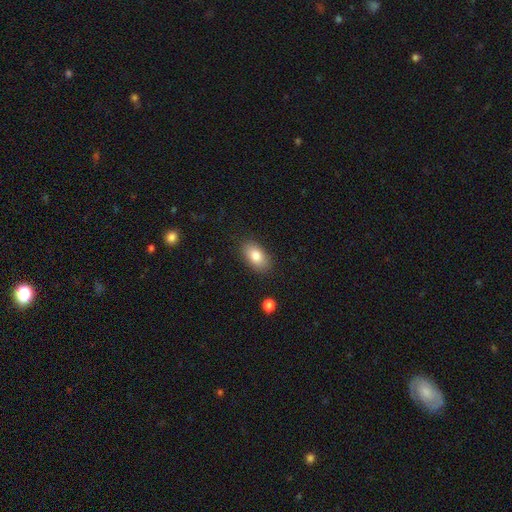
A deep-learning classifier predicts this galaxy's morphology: smooth-or-featured: smooth: 83% | featured or disk: 10% | star or artifact: 8%
  how-rounded: in between: 92% | round: 6% | cigar-shaped: 2%
  merging: none: 86% | minor disturbance: 10% | major disturbance: 3% | merger: 1%